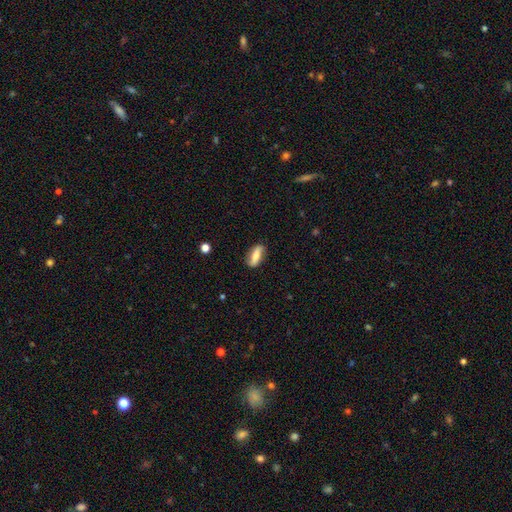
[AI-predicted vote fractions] Smooth or featured? smooth (55%)
How rounded? in between (70%)
Merging? none (81%)